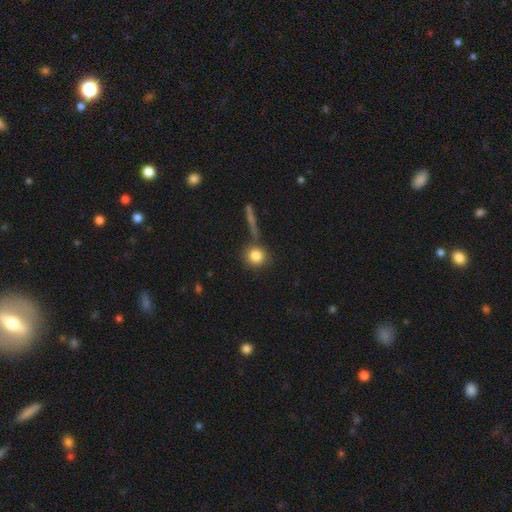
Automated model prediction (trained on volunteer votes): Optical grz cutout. It shows a smooth galaxy with no disk features (82%) that is round (91%). Merging: none (73%).